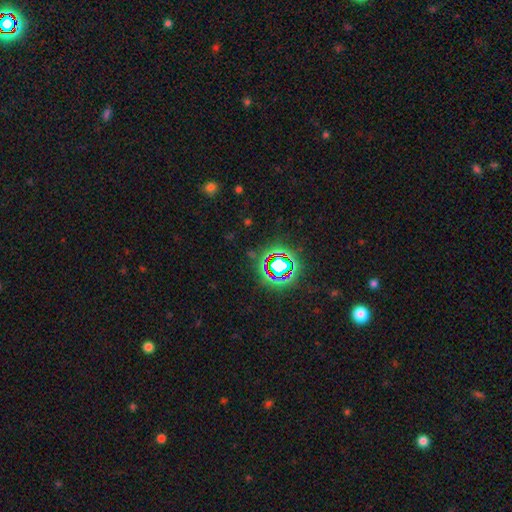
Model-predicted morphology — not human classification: star or artifact 76%, smooth 14%, featured or disk 10%.